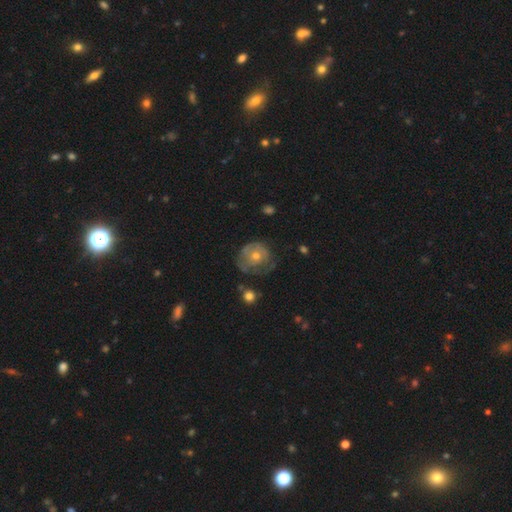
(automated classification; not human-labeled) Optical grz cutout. It shows a featured or disk galaxy (53%) with no bar (85%), no spiral arms (53%) and a moderate central bulge (58%). Merging: none (56%).